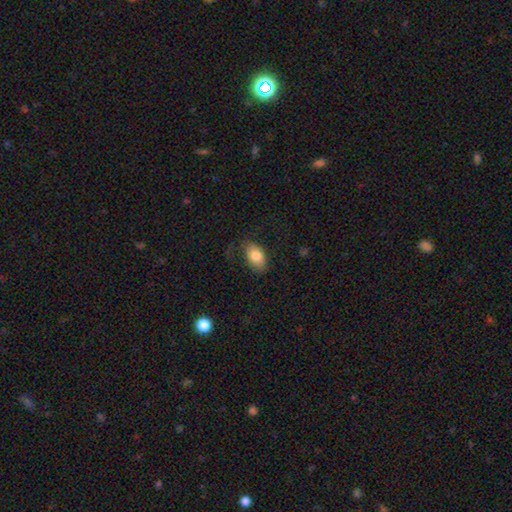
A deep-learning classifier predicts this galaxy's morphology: smooth_or_featured: smooth (p=0.81) [alt: featured or disk p=0.12]
how_rounded: in between (p=0.92) [alt: round p=0.07]
merging: none (p=0.73) [alt: minor disturbance p=0.19]